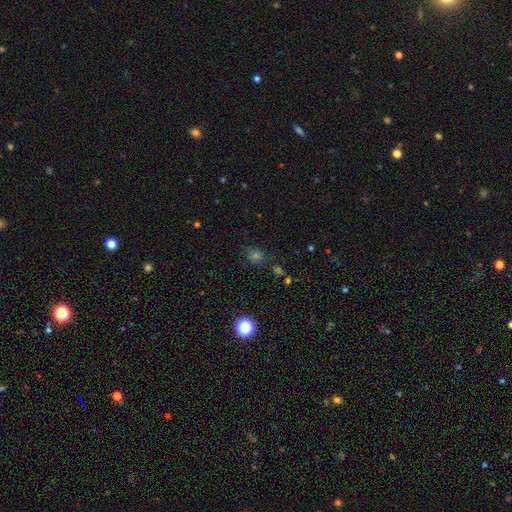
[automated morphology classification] smooth-or-featured: smooth: 52% | star or artifact: 37% | featured or disk: 11%
  how-rounded: round: 79% | in between: 20% | cigar-shaped: 1%
  merging: none: 75% | minor disturbance: 15% | major disturbance: 6% | merger: 4%